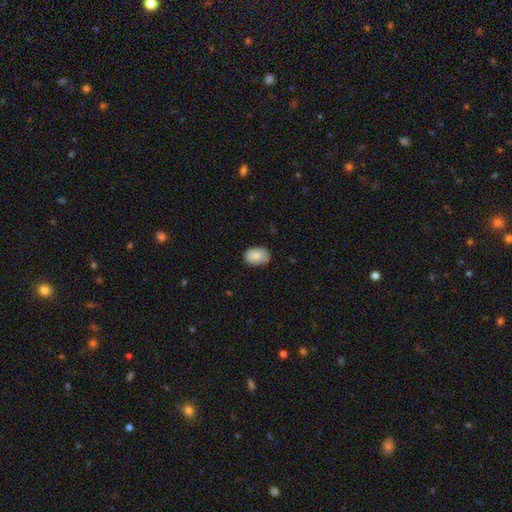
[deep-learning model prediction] Smooth or featured? smooth (84%)
How rounded? in between (83%)
Merging? none (75%)